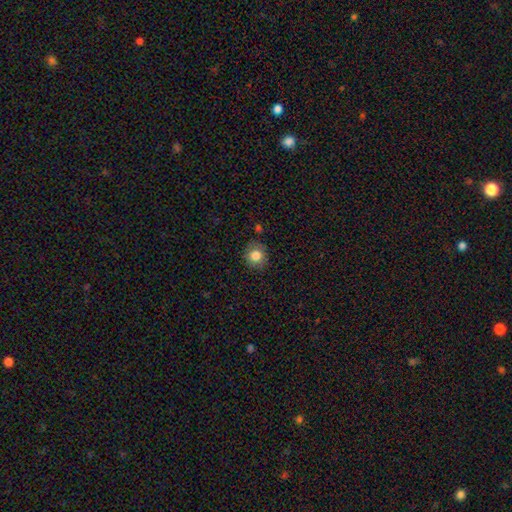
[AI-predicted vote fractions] smooth-or-featured: smooth: 82% | star or artifact: 10% | featured or disk: 8%
  how-rounded: round: 87% | in between: 12% | cigar-shaped: 1%
  merging: none: 85% | minor disturbance: 11% | major disturbance: 2% | merger: 2%